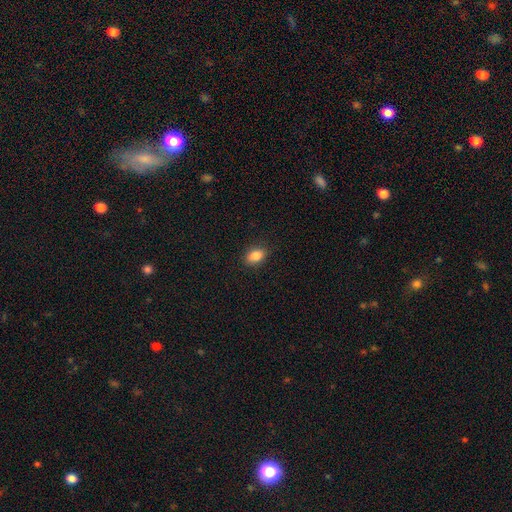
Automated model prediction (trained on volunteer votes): This is clearly a smooth galaxy (85%). How rounded: clearly in between (81%). Merging: clearly none (88%).